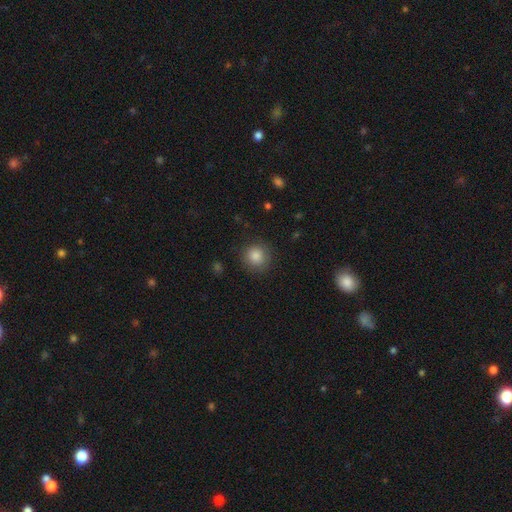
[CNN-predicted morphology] smooth 84%, star or artifact 10%, featured or disk 6%. Down the decision tree: how rounded — round (92%); merging — none (85%).